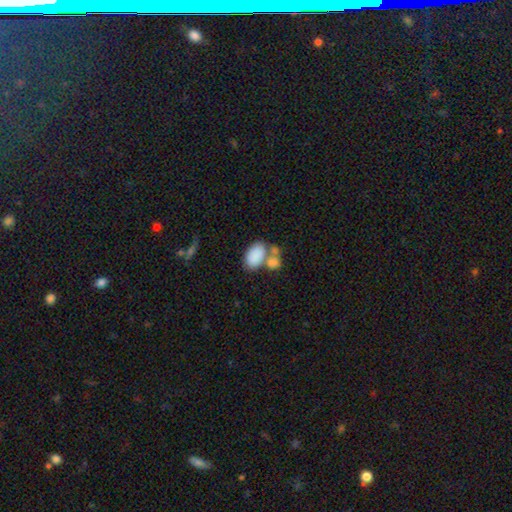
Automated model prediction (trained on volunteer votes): Smooth or featured?
  - smooth: 83% *
  - featured or disk: 9%
  - star or artifact: 7%
How rounded?
  - in between: 93% *
  - round: 6%
  - cigar-shaped: 1%
Merging?
  - merger: 43% *
  - none: 38%
  - minor disturbance: 12%
  - major disturbance: 7%